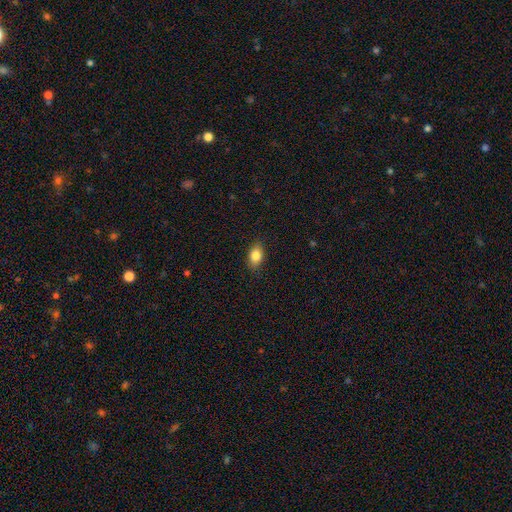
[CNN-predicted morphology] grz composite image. It shows a smooth galaxy with no disk features (83%) that is in between round and cigar-shaped (81%). Merging: none (86%).